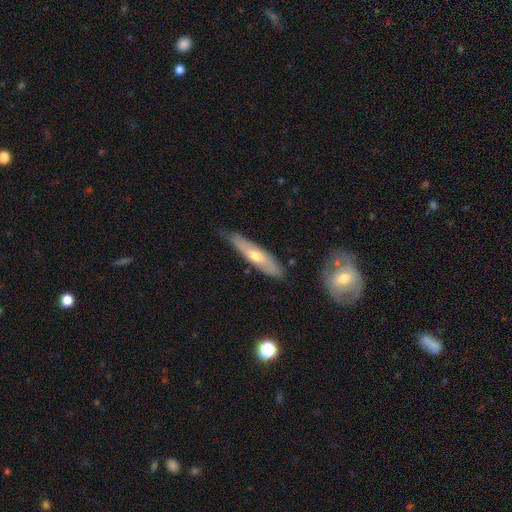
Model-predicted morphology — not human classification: Smooth or featured: featured or disk — 51% (smooth — 43%)
Edge-on disk: yes — 65% (no — 35%)
Merging: none — 78% (minor disturbance — 17%)